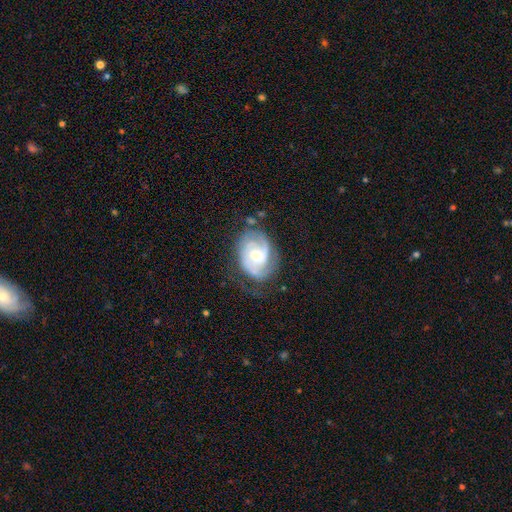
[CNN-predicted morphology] The model was most divided on "spiral winding": tight: 52%, medium: 37%, loose: 11%. Remaining: edge-on disk — no (97%); spiral arms — yes (92%); smooth or featured — featured or disk (79%); bar — no (65%); merging — none (57%); bulge size — small (57%); spiral arm count — 2 (48%).